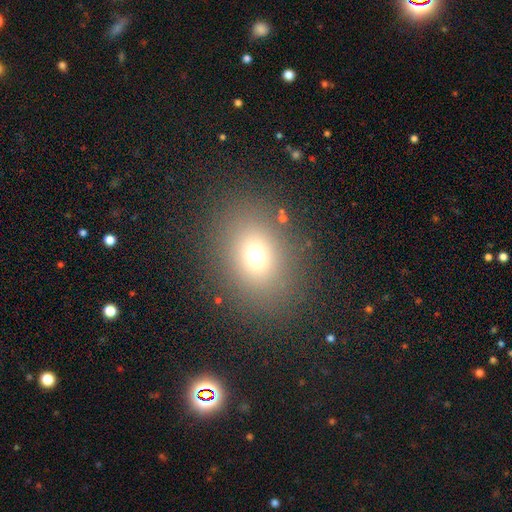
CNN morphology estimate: smooth 70%, star or artifact 19%, featured or disk 12%. Down the decision tree: how rounded — in between (50%); merging — none (84%).